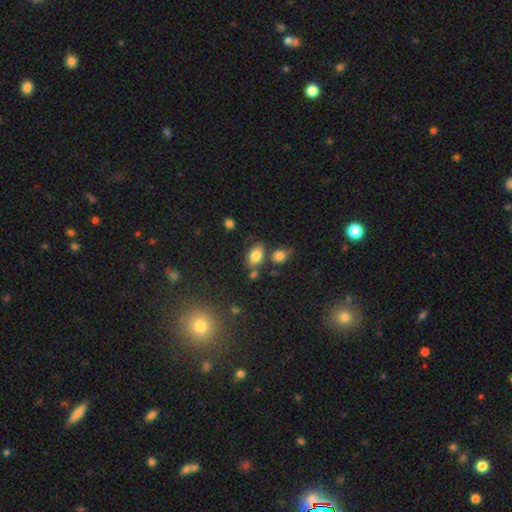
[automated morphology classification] This is clearly a smooth galaxy (81%). How rounded: clearly in between (84%). Merging: likely none (65%).